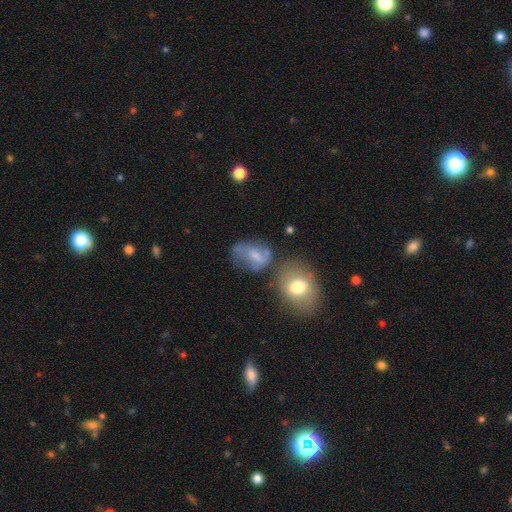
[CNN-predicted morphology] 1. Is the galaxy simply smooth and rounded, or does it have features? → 48% smooth, 40% featured or disk, 12% star or artifact.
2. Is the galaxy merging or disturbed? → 38% none, 25% minor disturbance, 22% major disturbance, 16% merger.